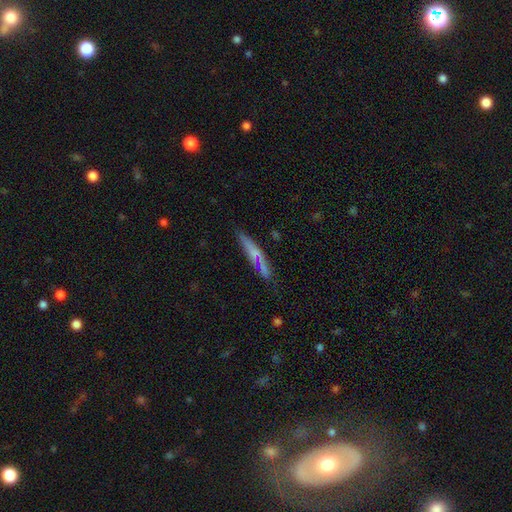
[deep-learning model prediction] Smooth or featured? Predicted: smooth (p=0.46). Merging? Predicted: none (p=0.70).